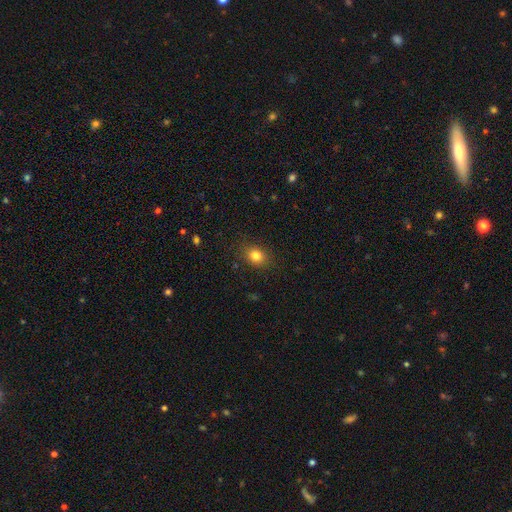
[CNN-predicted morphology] This is clearly a smooth galaxy (82%). How rounded: possibly round (51%). Merging: clearly none (86%).